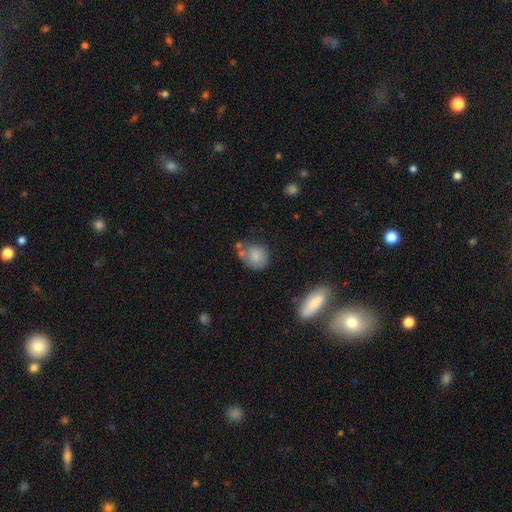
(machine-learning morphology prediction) The model was most divided on "merging": none: 49%, minor disturbance: 24%, merger: 18%, major disturbance: 9%. More confident: smooth or featured — smooth (80%); how rounded — round (70%).